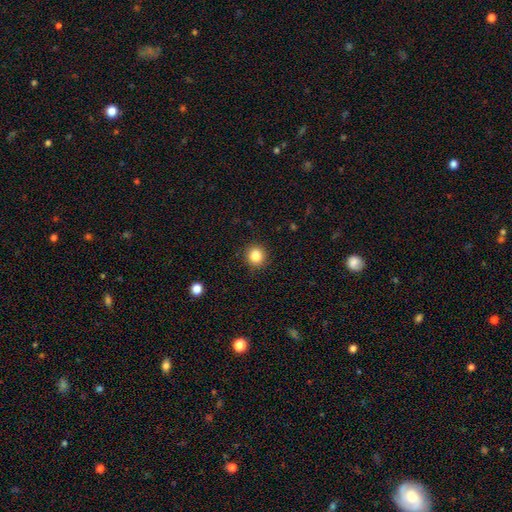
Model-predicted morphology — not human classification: The model was most divided on "smooth or featured": smooth: 84%, star or artifact: 11%, featured or disk: 5%. More confident: how rounded — round (92%); merging — none (91%).